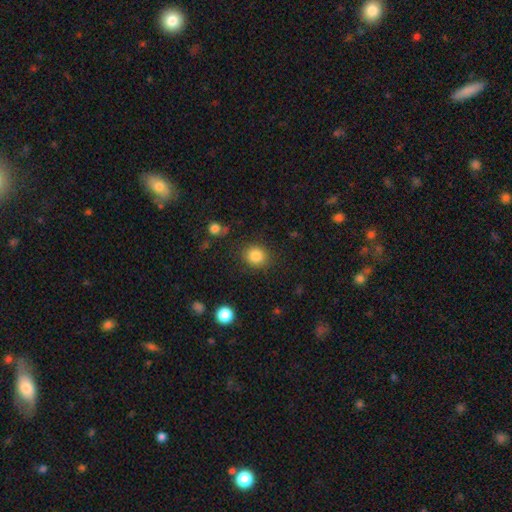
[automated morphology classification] A smooth galaxy with no disk features (84%) that is round (77%). Merging: none (85%).